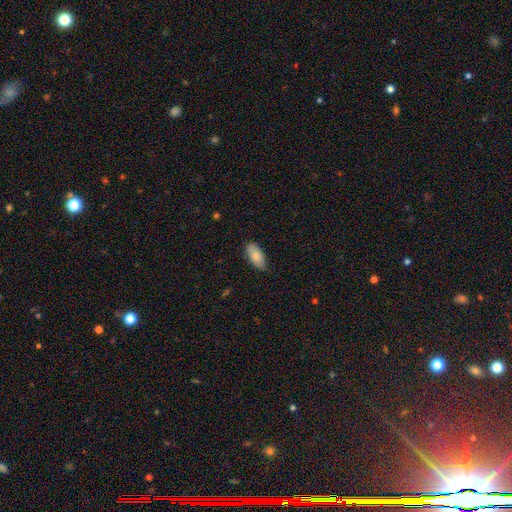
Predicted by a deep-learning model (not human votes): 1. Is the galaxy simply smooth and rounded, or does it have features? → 83% smooth, 11% featured or disk, 6% star or artifact.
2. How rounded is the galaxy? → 92% in between, 6% cigar-shaped, 2% round.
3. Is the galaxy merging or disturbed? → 79% none, 17% minor disturbance, 2% major disturbance, 1% merger.